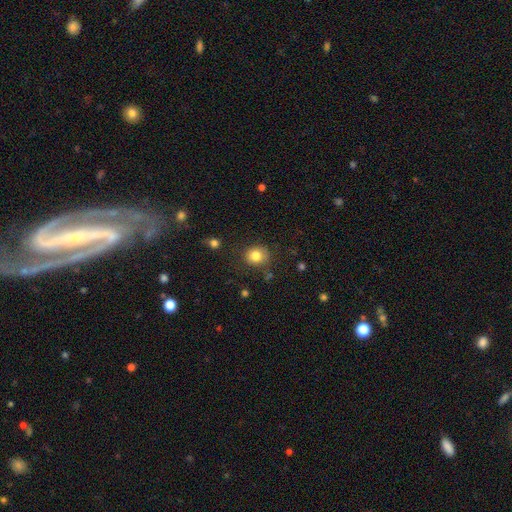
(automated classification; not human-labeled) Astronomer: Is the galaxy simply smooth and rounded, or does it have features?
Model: smooth — 82%.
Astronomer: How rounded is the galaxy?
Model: round — 74%.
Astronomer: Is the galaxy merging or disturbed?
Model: none — 77%.